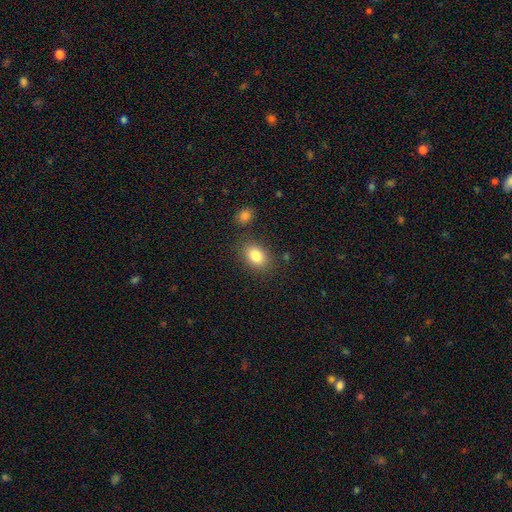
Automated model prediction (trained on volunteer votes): smooth_or_featured: smooth (p=0.83) [alt: star or artifact p=0.09]
how_rounded: in between (p=0.82) [alt: round p=0.17]
merging: none (p=0.80) [alt: minor disturbance p=0.12]